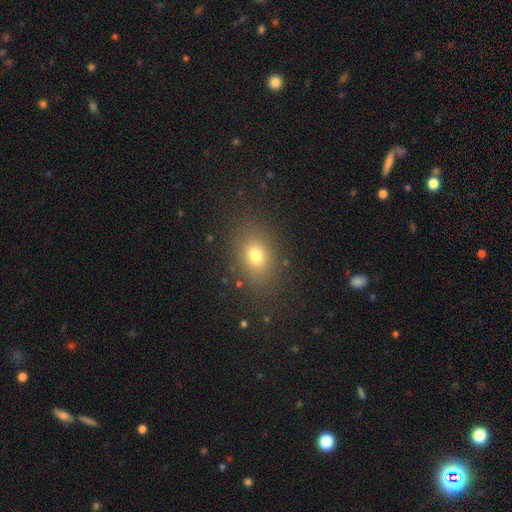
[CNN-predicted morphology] A smooth galaxy with no disk features (74%) that is in between round and cigar-shaped (70%).

Vote fractions:
- Smooth or featured? smooth: 74% / star or artifact: 15% / featured or disk: 11%
- How rounded? in between: 70% / round: 28% / cigar-shaped: 2%
- Merging? none: 83% / minor disturbance: 11% / major disturbance: 5% / merger: 2%